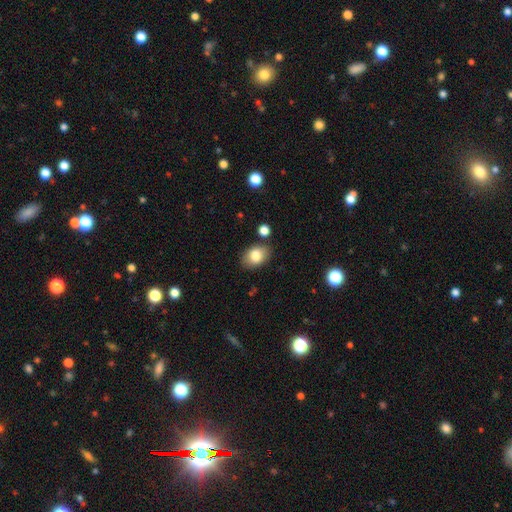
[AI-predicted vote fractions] A smooth galaxy with no disk features (82%) that is in between round and cigar-shaped (81%). Merging: none (81%).